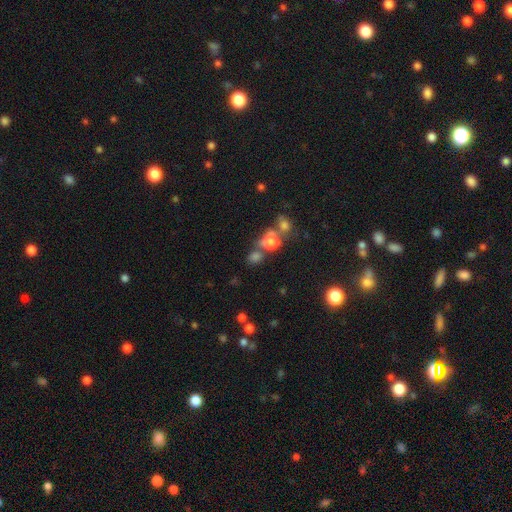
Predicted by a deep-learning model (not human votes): Overall: smooth (60%; star or artifact 25%). How rounded: round (64%; in between 33%). Merging: none (44%; merger 37%).